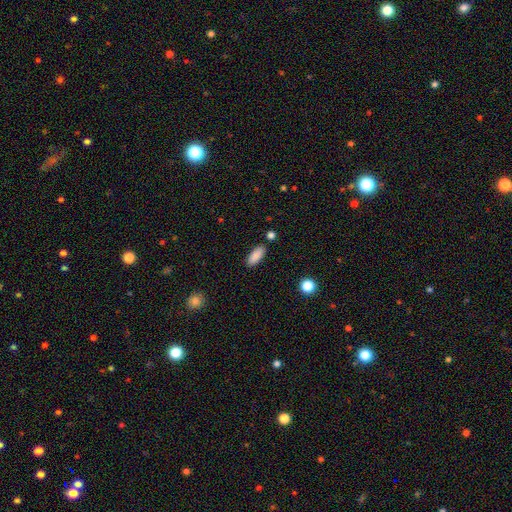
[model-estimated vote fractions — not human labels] Smooth or featured?
  - smooth: 88% *
  - star or artifact: 7%
  - featured or disk: 5%
How rounded?
  - in between: 77% *
  - cigar-shaped: 21%
  - round: 2%
Merging?
  - none: 85% *
  - minor disturbance: 9%
  - merger: 3%
  - major disturbance: 2%